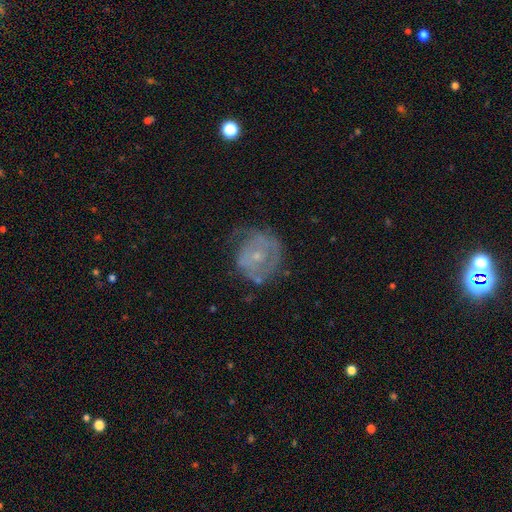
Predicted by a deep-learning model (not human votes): featured or disk 67%, smooth 25%, star or artifact 9%. Down the decision tree: edge-on disk — no (97%); bar — no (74%); spiral arms — yes (71%); bulge size — small (73%); merging — none (54%).